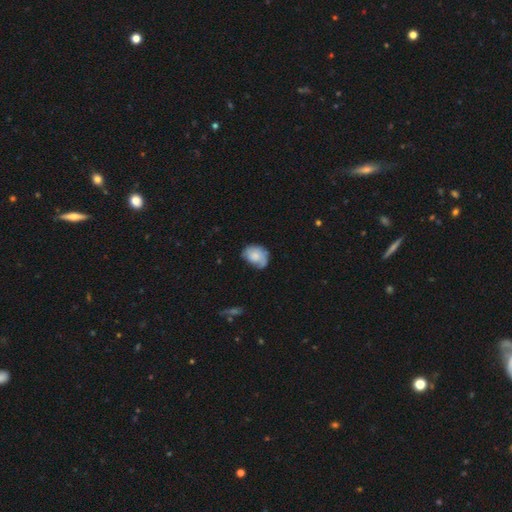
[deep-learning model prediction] This appears to be a smooth galaxy with no disk features (62%) that is in between round and cigar-shaped (65%). Merging: none (48%).